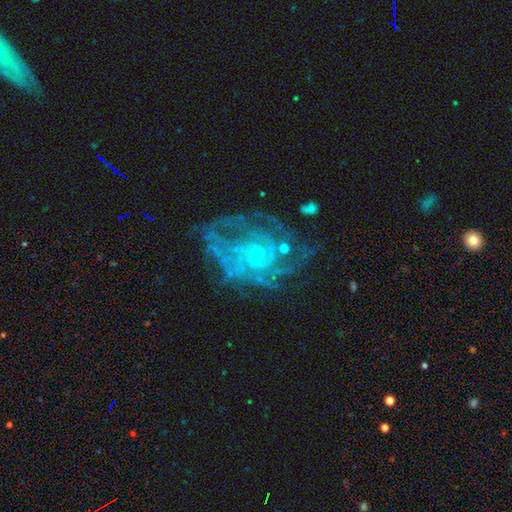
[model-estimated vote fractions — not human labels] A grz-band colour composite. It shows a featured or disk galaxy (81%) with no bar (49%), tight (51%) spiral arms (85%) and a small central bulge (66%). Merging: none (53%).